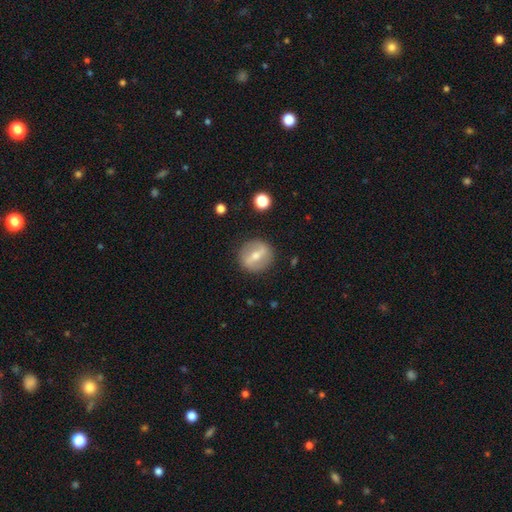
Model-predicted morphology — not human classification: A featured or disk galaxy (61%) with a strong bar (66%), no spiral arms (62%) and a moderate central bulge (55%). Merging: none (87%).